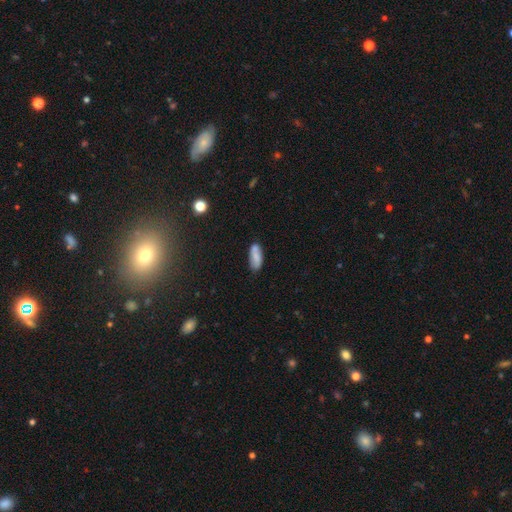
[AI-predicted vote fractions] A smooth galaxy with no disk features (75%) that is in between round and cigar-shaped (73%).

Vote fractions:
- Smooth or featured? smooth: 75% / featured or disk: 17% / star or artifact: 8%
- How rounded? in between: 73% / cigar-shaped: 24% / round: 2%
- Merging? none: 66% / minor disturbance: 19% / merger: 10% / major disturbance: 4%